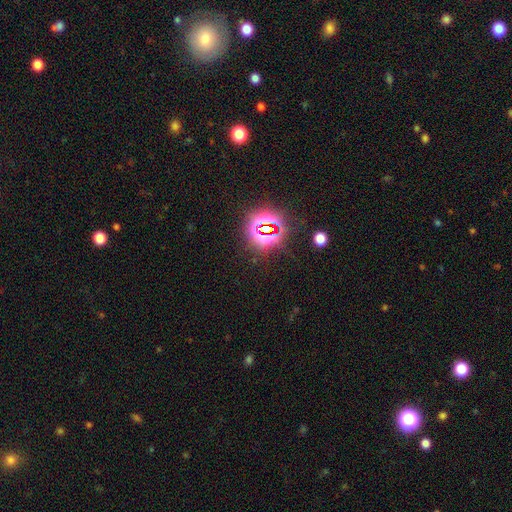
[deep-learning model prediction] smooth_or_featured: star or artifact (p=0.79) [alt: smooth p=0.13]